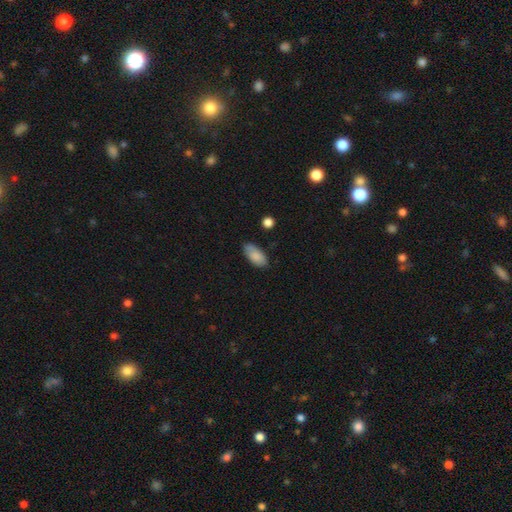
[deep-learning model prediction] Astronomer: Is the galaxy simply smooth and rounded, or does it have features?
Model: smooth — 85%.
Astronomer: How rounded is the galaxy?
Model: in between — 92%.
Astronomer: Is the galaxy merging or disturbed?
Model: none — 74%.